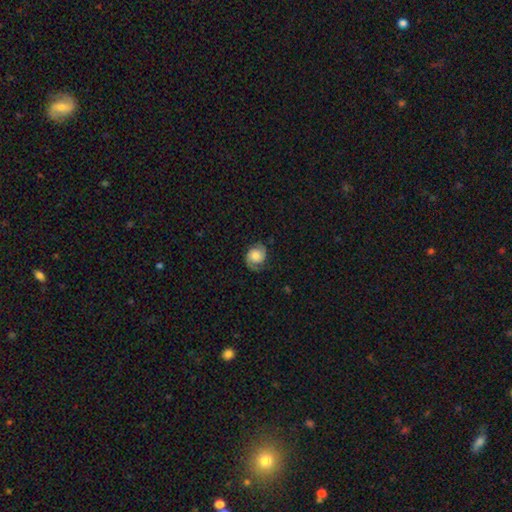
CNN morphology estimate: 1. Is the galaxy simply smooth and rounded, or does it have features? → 59% featured or disk, 32% smooth, 8% star or artifact.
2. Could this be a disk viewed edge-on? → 98% no, 2% yes.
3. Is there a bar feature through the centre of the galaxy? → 72% no, 24% weak, 4% strong.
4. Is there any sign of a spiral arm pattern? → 93% yes, 7% no.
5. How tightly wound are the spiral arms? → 42% medium, 40% tight, 18% loose.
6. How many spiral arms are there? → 83% 2, 7% 1, 6% can't tell, 2% 3, 1% 4, 1% more than 4.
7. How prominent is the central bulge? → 46% moderate, 25% large, 19% small, 7% none, 4% dominant.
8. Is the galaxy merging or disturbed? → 71% none, 20% minor disturbance, 8% major disturbance, 1% merger.